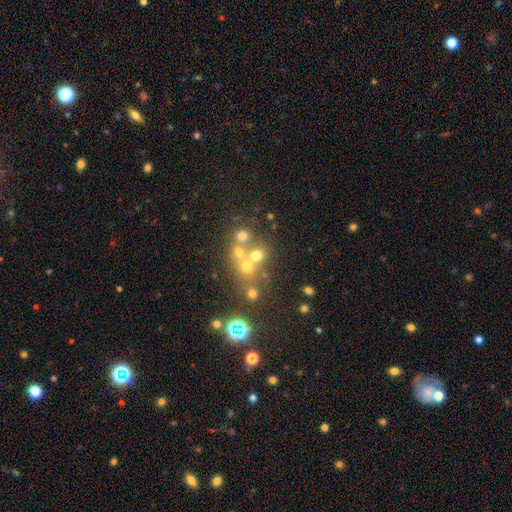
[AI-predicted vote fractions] smooth 54%, star or artifact 25%, featured or disk 21%. Down the decision tree: how rounded — round (77%); merging — none (48%).